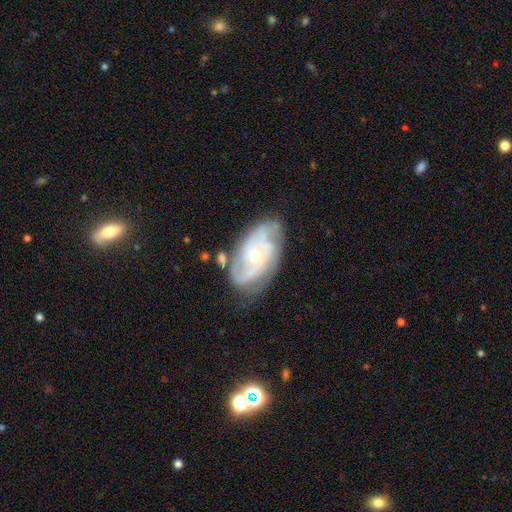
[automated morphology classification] This is clearly a featured or disk galaxy (83%). It is clearly not viewed edge-on (96%). Bar: likely no (72%). Spiral arm pattern: clearly yes (93%). Spiral arm count: marginally 2 (36%). Spiral winding: possibly tight (48%). Central bulge: likely small (67%). Merging: likely none (64%).